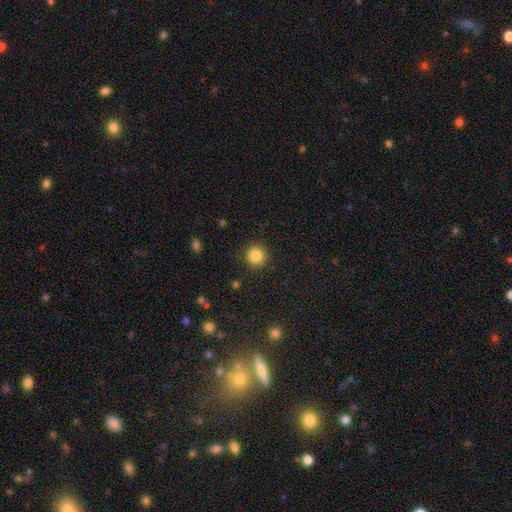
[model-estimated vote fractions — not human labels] Smooth or featured? Predicted: smooth (p=0.85). How rounded? Predicted: round (p=0.94). Merging? Predicted: none (p=0.90).